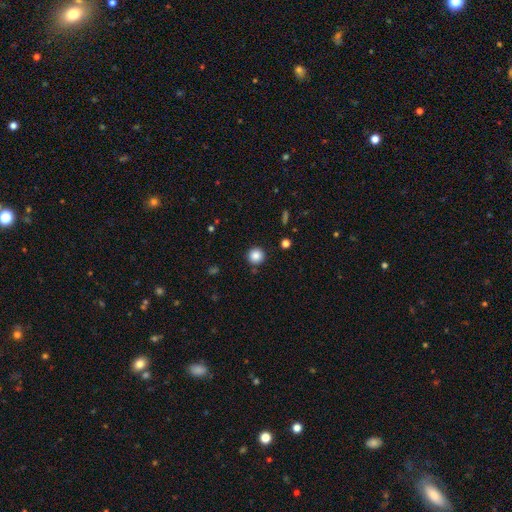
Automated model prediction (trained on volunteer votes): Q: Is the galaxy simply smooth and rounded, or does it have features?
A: smooth — 86%.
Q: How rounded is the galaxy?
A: round — 95%.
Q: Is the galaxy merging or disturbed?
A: none — 89%.